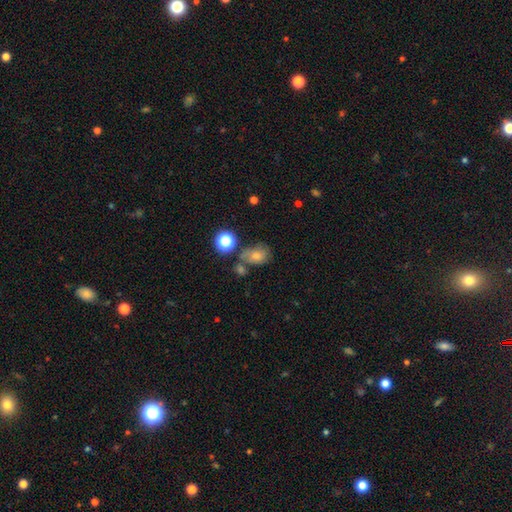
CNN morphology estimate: type=smooth (68%); roundness=in between (66%); merging=none (49%).